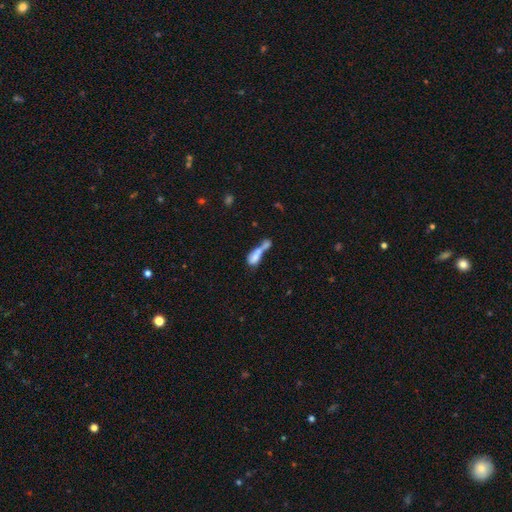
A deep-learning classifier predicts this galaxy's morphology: smooth 66%, featured or disk 24%, star or artifact 10%. Down the decision tree: how rounded — in between (60%); merging — merger (67%).